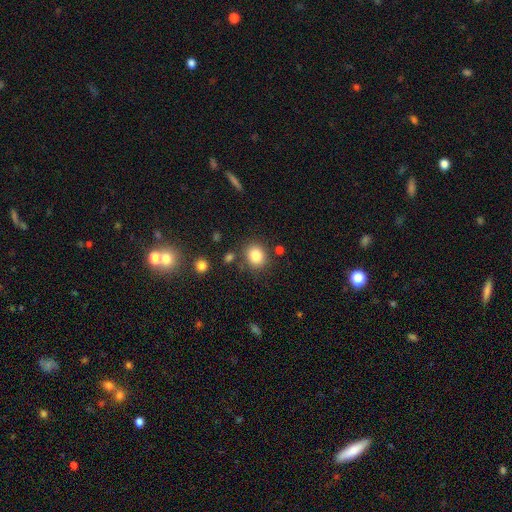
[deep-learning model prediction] This is clearly a smooth galaxy (83%). How rounded: likely round (70%). Merging: clearly none (81%).